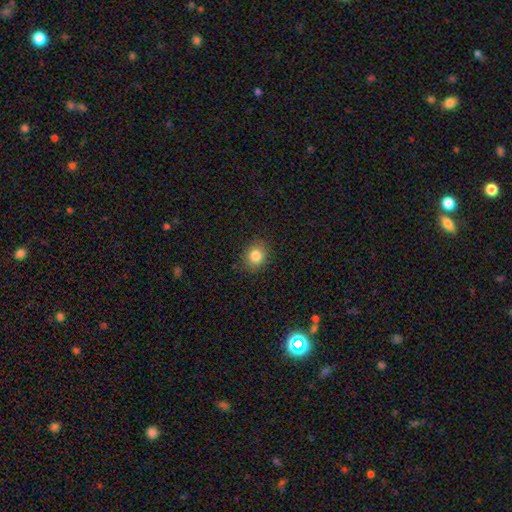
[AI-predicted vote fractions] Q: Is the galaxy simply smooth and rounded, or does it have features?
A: smooth — 83%.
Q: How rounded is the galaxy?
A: round — 70%.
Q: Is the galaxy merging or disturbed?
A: none — 87%.